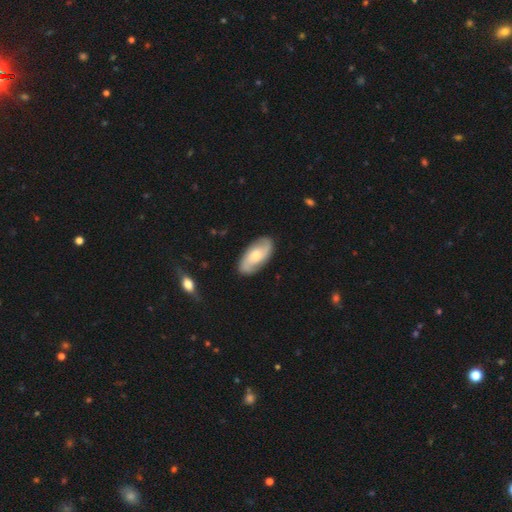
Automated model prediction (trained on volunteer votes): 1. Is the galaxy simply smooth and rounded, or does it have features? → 59% featured or disk, 36% smooth, 5% star or artifact.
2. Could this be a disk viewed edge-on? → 93% no, 7% yes.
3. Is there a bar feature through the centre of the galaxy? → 65% no, 29% weak, 6% strong.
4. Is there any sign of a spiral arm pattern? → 89% yes, 11% no.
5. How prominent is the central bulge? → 46% small, 45% moderate, 5% large, 3% none, 1% dominant.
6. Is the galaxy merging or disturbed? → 85% none, 11% minor disturbance, 3% major disturbance, 1% merger.